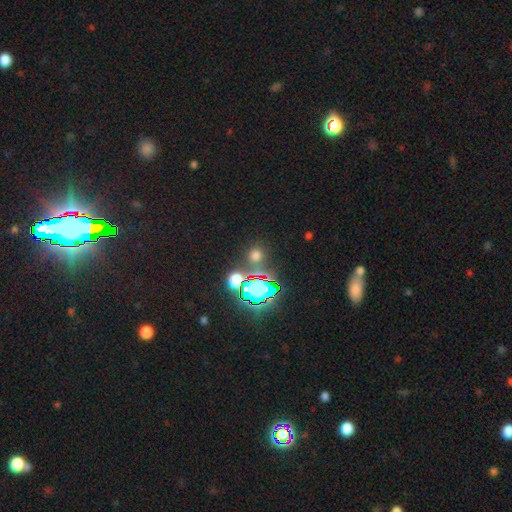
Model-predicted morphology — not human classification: smooth_or_featured: smooth (p=0.54) [alt: star or artifact p=0.39]
how_rounded: round (p=0.88) [alt: in between p=0.11]
merging: none (p=0.78) [alt: merger p=0.10]